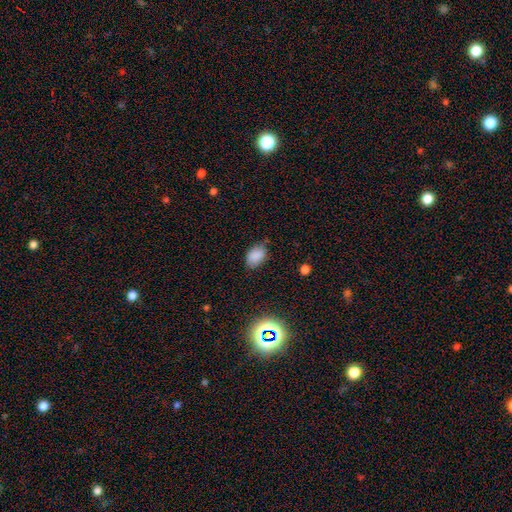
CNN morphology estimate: A smooth galaxy with no disk features (83%) that is in between round and cigar-shaped (87%).

Vote fractions:
- Smooth or featured? smooth: 83% / star or artifact: 11% / featured or disk: 6%
- How rounded? in between: 87% / round: 12% / cigar-shaped: 1%
- Merging? none: 68% / minor disturbance: 26% / major disturbance: 5% / merger: 2%